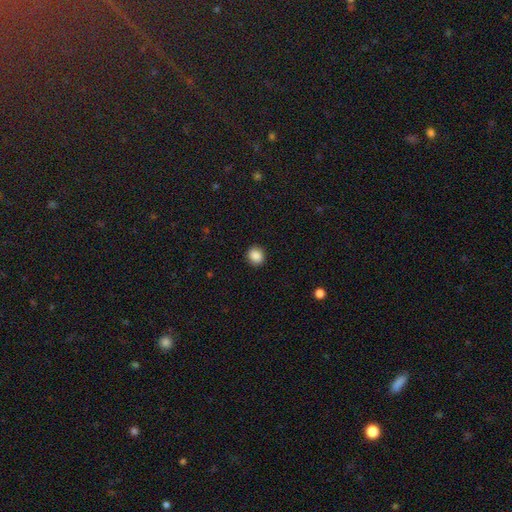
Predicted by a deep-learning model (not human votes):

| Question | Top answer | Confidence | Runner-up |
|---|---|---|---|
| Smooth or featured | smooth | 88% | star or artifact (9%) |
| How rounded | round | 84% | in between (15%) |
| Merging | none | 91% | minor disturbance (6%) |